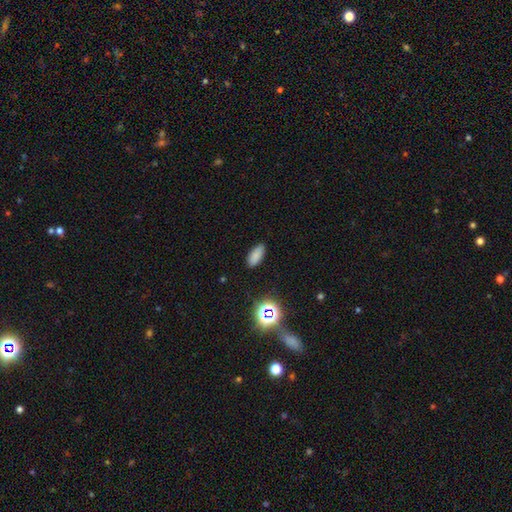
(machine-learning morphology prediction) type=smooth (81%); roundness=in between (86%); merging=none (87%).